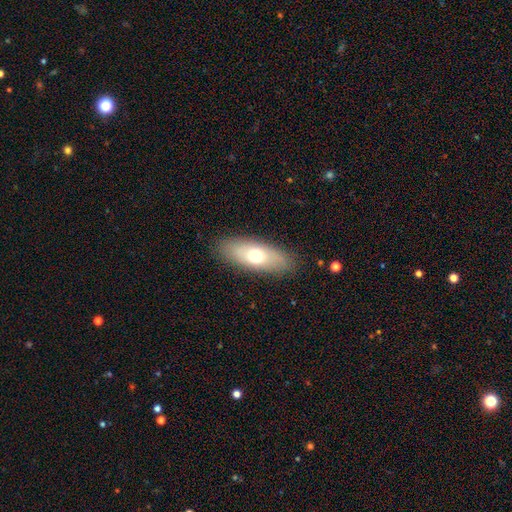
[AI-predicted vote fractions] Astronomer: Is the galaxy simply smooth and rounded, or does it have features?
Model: smooth — 66%.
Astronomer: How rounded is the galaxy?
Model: in between — 70%.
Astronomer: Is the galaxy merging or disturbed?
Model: none — 86%.